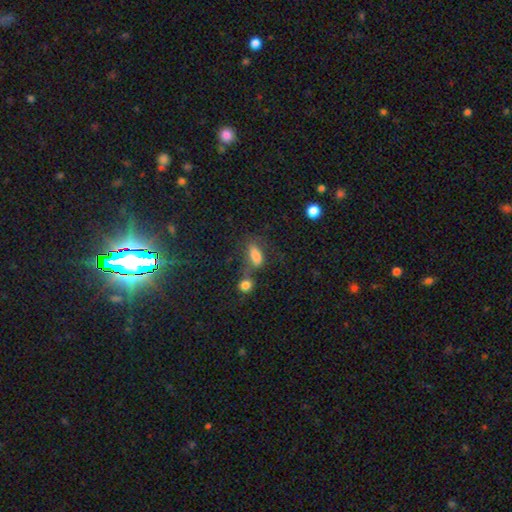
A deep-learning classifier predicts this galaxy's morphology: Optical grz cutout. It shows a smooth galaxy with no disk features (78%) that is in between round and cigar-shaped (81%). Merging: none (40%).